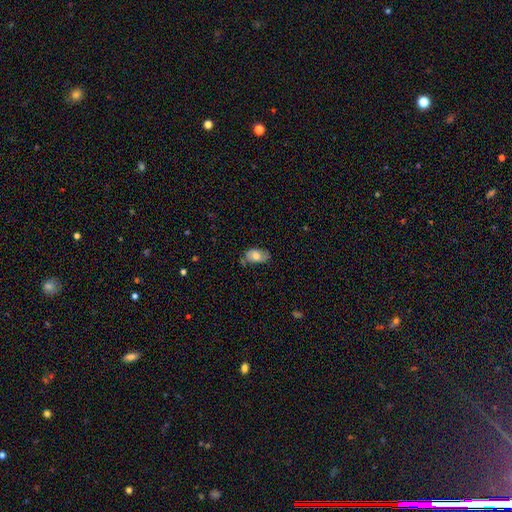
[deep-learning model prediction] A smooth galaxy with no disk features (58%) that is in between round and cigar-shaped (91%). Merging: none (61%).